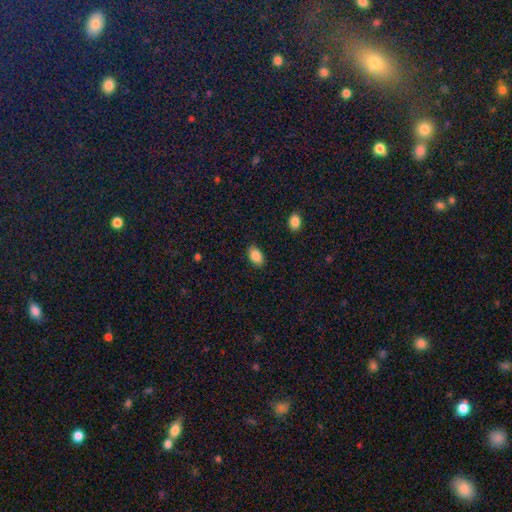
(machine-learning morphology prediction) smooth-or-featured: smooth: 87% | star or artifact: 8% | featured or disk: 5%
  how-rounded: in between: 92% | round: 7% | cigar-shaped: 2%
  merging: none: 87% | minor disturbance: 9% | major disturbance: 2% | merger: 1%